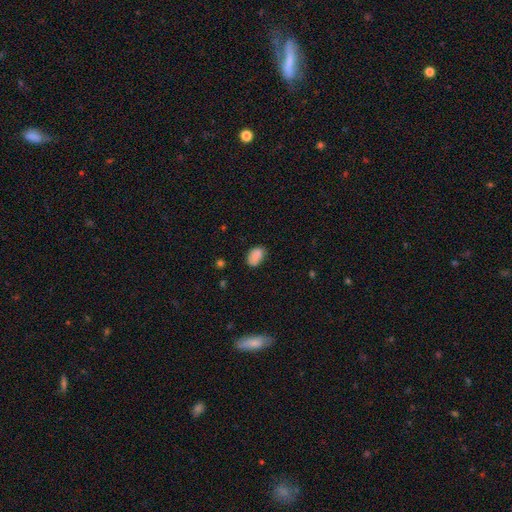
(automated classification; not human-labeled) smooth 86%, star or artifact 8%, featured or disk 6%. Down the decision tree: how rounded — in between (87%); merging — none (74%).